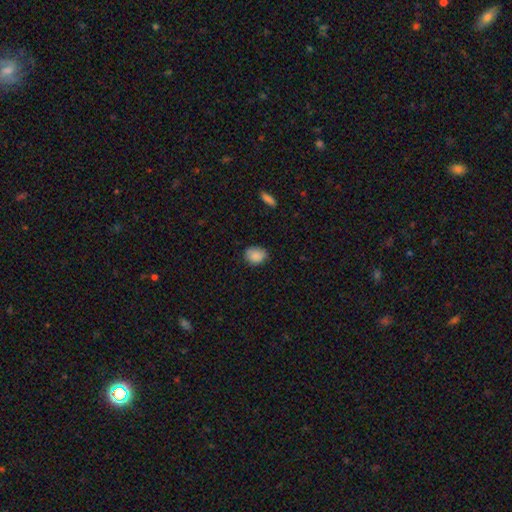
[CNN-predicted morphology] A smooth galaxy with no disk features (87%) that is round (53%).

Vote fractions:
- Smooth or featured? smooth: 87% / star or artifact: 8% / featured or disk: 5%
- How rounded? round: 53% / in between: 46% / cigar-shaped: 1%
- Merging? none: 75% / minor disturbance: 21% / major disturbance: 3% / merger: 1%